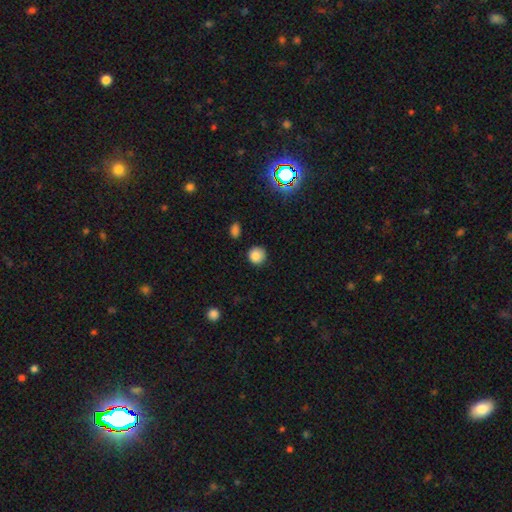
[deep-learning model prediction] This is clearly a smooth galaxy (85%). How rounded: clearly round (92%). Merging: clearly none (86%).